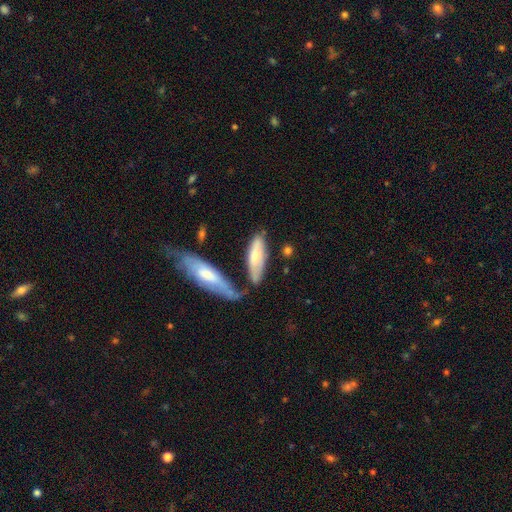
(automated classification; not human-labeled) This is likely a smooth galaxy (67%). How rounded: possibly in between (51%). Merging: possibly none (47%).